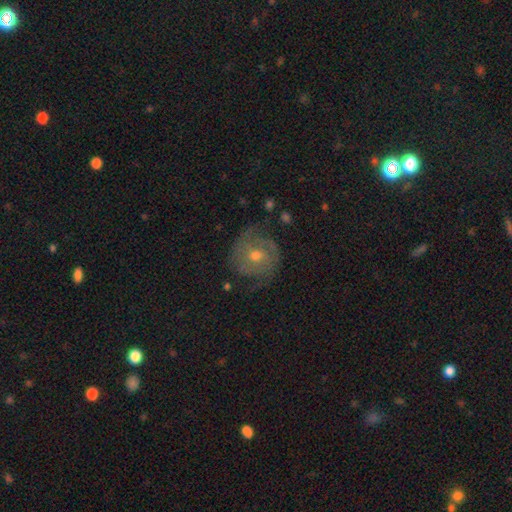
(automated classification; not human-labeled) This appears to be a featured or disk galaxy (75%) with no bar (71%), 2 (52%) tight (55%) spiral arms (90%) and a moderate central bulge (61%). Merging: none (72%).